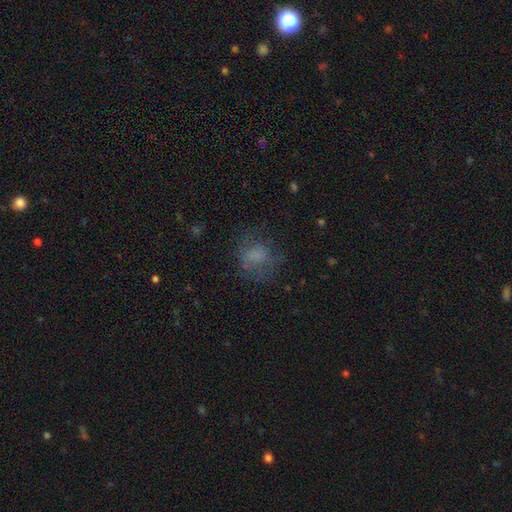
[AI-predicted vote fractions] A smooth galaxy with no disk features (61%) that is round (67%).

Vote fractions:
- Smooth or featured? smooth: 61% / featured or disk: 23% / star or artifact: 16%
- How rounded? round: 67% / in between: 32% / cigar-shaped: 1%
- Merging? none: 58% / major disturbance: 21% / minor disturbance: 20% / merger: 2%